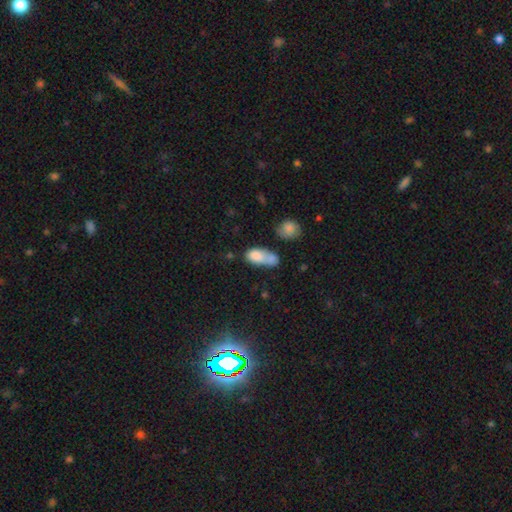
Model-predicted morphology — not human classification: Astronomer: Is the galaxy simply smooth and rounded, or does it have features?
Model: smooth — 78%.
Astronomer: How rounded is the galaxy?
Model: in between — 84%.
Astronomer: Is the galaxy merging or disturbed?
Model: merger — 48% (runner-up: none, 25%).